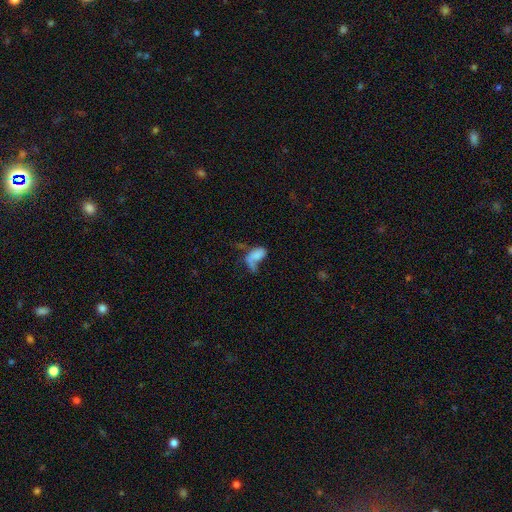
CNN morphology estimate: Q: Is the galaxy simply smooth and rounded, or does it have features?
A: smooth — 63%.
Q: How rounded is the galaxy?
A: in between — 89%.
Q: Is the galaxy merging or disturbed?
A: major disturbance — 38%.